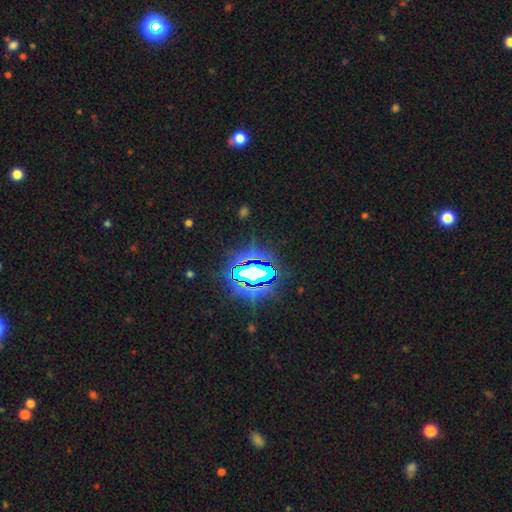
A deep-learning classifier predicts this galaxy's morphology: type=star or artifact (85%).